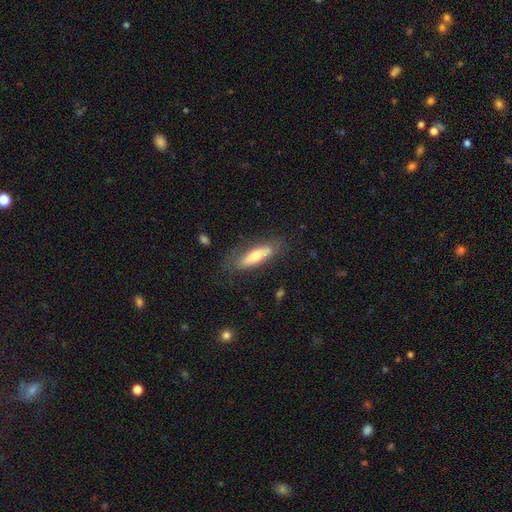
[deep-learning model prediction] Overall: smooth (54%; featured or disk 40%). How rounded: cigar-shaped (55%; in between 43%). Merging: none (70%).